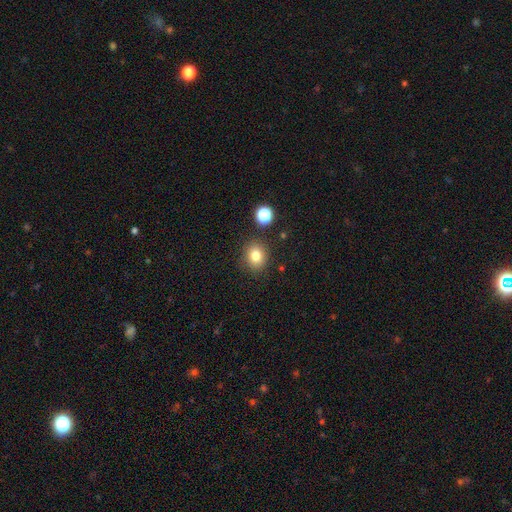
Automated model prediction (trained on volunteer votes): Smooth or featured?
  - smooth: 80% *
  - star or artifact: 12%
  - featured or disk: 8%
How rounded?
  - round: 68% *
  - in between: 31%
  - cigar-shaped: 1%
Merging?
  - none: 85% *
  - minor disturbance: 9%
  - merger: 3%
  - major disturbance: 3%